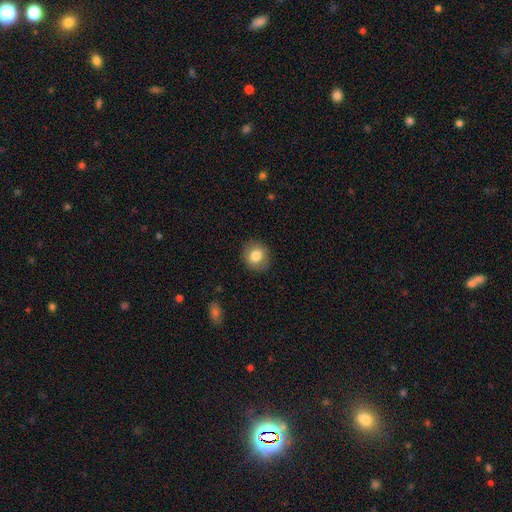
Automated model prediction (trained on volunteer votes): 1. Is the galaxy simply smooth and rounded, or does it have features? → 81% smooth, 10% featured or disk, 9% star or artifact.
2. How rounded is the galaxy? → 80% round, 19% in between, 1% cigar-shaped.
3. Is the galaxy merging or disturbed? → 89% none, 8% minor disturbance, 2% major disturbance, 1% merger.